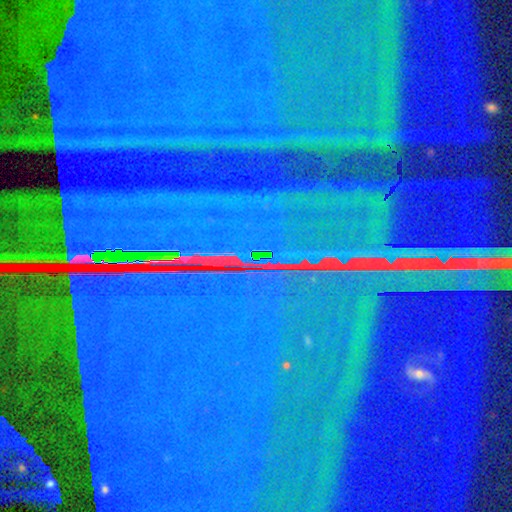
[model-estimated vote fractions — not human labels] A star or artifact, not a galaxy (88%).